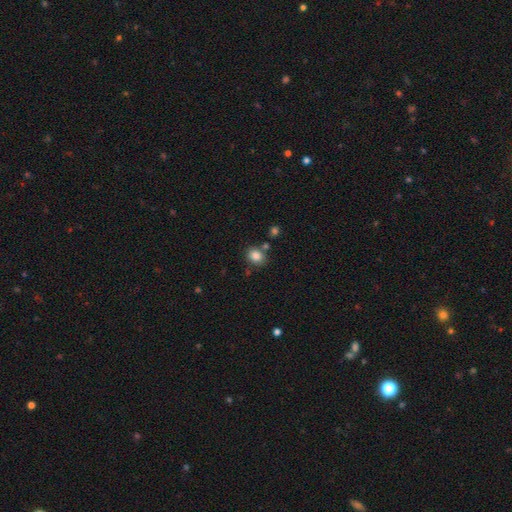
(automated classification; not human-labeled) Overall: smooth (85%). How rounded: round (59%; in between 40%). Merging: none (73%).